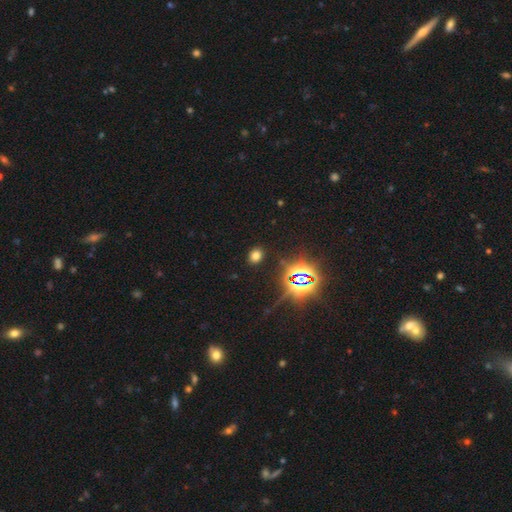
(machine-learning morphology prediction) smooth_or_featured: smooth (p=0.66) [alt: star or artifact p=0.28]
how_rounded: round (p=0.50) [alt: in between p=0.48]
merging: none (p=0.88) [alt: minor disturbance p=0.07]